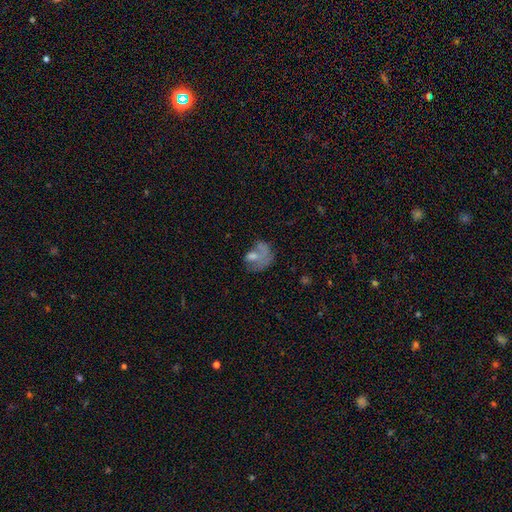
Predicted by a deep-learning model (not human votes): Smooth or featured?
  - smooth: 52% *
  - featured or disk: 35%
  - star or artifact: 13%
How rounded?
  - in between: 67% *
  - round: 31%
  - cigar-shaped: 2%
Merging?
  - major disturbance: 39% *
  - none: 25%
  - minor disturbance: 18%
  - merger: 18%